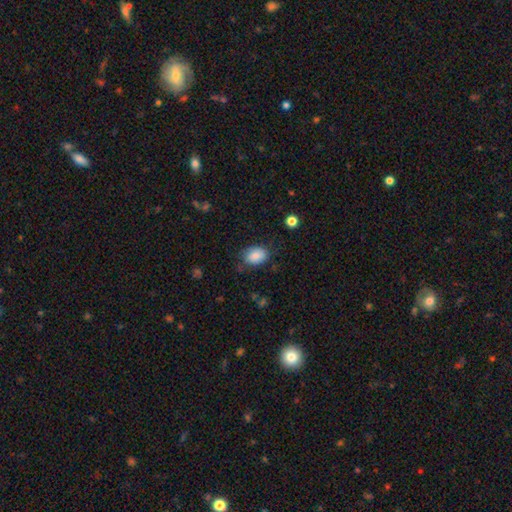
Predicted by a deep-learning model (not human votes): Overall: smooth (85%). How rounded: in between (80%). Merging: none (70%).